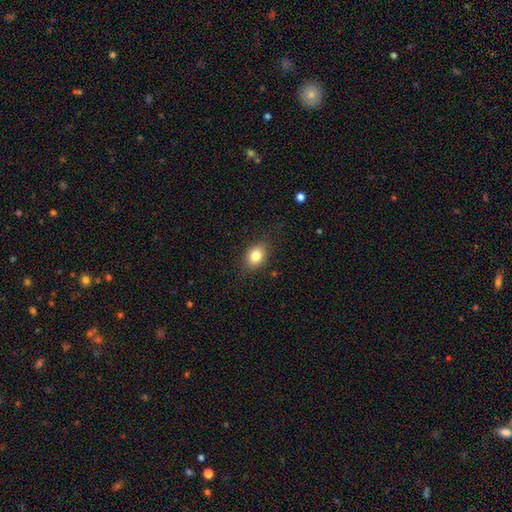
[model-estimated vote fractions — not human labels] smooth_or_featured: smooth (p=0.81) [alt: star or artifact p=0.10]
how_rounded: in between (p=0.68) [alt: round p=0.30]
merging: none (p=0.84) [alt: minor disturbance p=0.12]